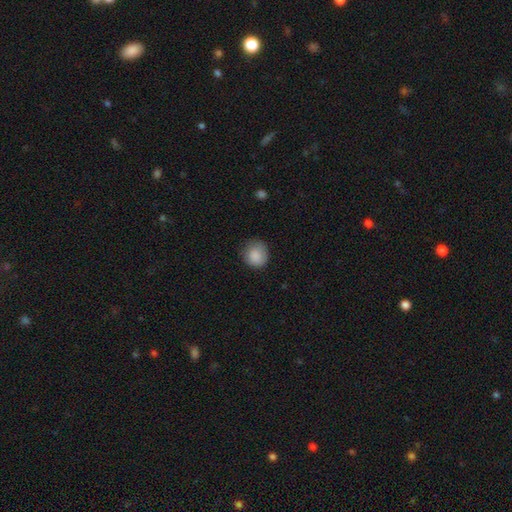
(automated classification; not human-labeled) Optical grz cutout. It shows a smooth galaxy with no disk features (87%) that is round (84%). Merging: none (73%).